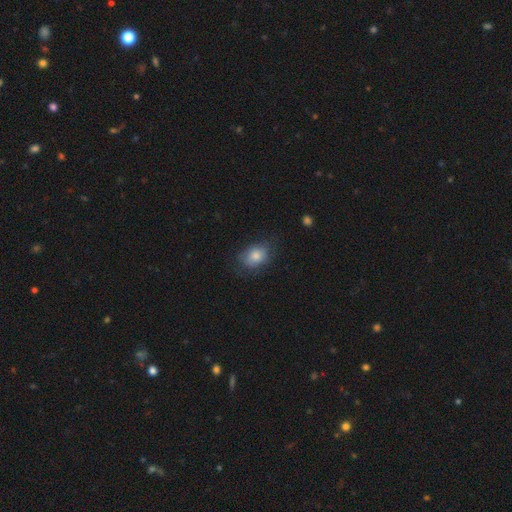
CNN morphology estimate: smooth_or_featured: smooth (p=0.77) [alt: featured or disk p=0.13]
how_rounded: in between (p=0.66) [alt: round p=0.33]
merging: none (p=0.68) [alt: minor disturbance p=0.23]